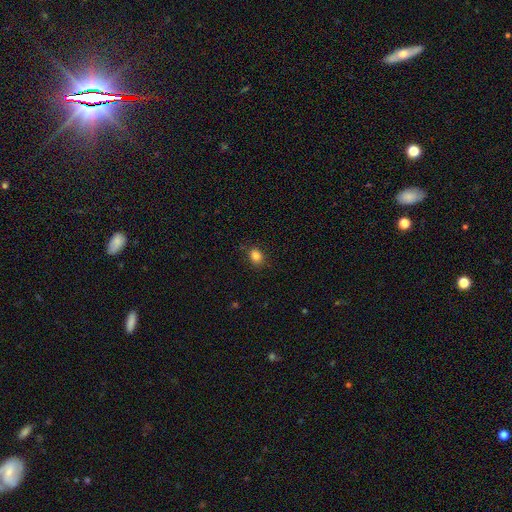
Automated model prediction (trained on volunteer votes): Smooth or featured?
  - smooth: 84% *
  - star or artifact: 11%
  - featured or disk: 4%
How rounded?
  - round: 52% *
  - in between: 47%
  - cigar-shaped: 1%
Merging?
  - none: 84% *
  - minor disturbance: 12%
  - major disturbance: 3%
  - merger: 1%